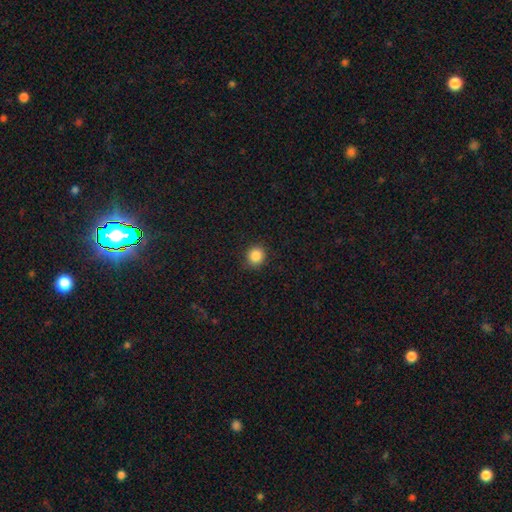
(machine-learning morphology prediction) type=smooth (86%); roundness=round (89%); merging=none (89%).